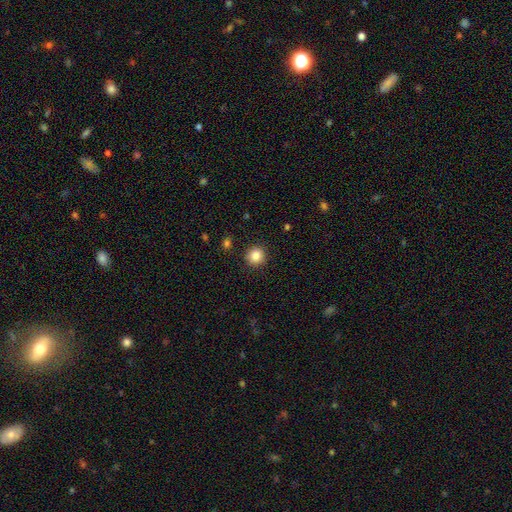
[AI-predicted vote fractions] Smooth or featured? smooth (86%)
How rounded? round (92%)
Merging? none (91%)